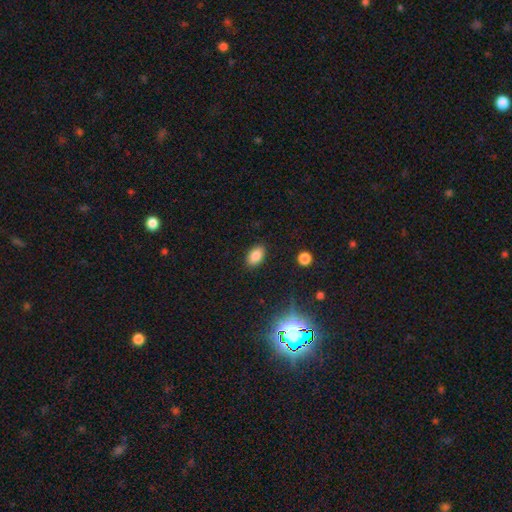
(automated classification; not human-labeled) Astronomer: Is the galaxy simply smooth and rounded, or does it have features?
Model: smooth — 84%.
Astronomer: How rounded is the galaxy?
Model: in between — 91%.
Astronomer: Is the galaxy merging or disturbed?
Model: none — 87%.